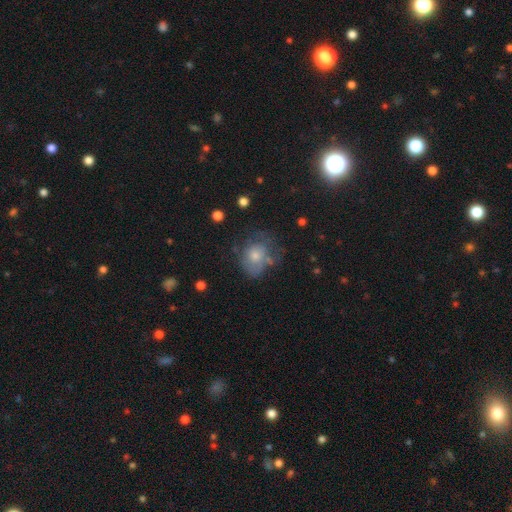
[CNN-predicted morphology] Overall: smooth (59%; featured or disk 31%). How rounded: round (54%; in between 45%). Merging: none (40%; minor disturbance 29%).